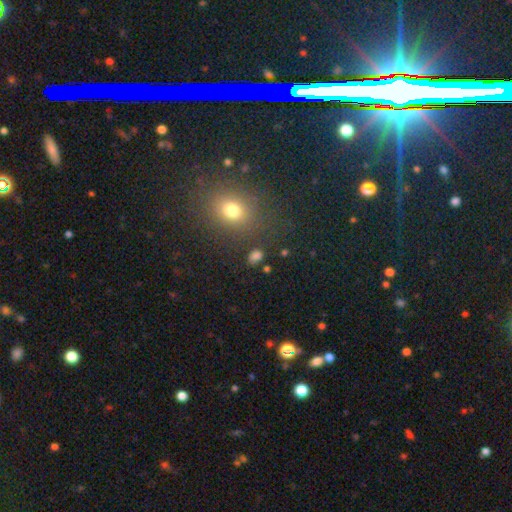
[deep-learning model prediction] Overall: smooth (76%). How rounded: in between (69%; round 30%). Merging: none (80%).